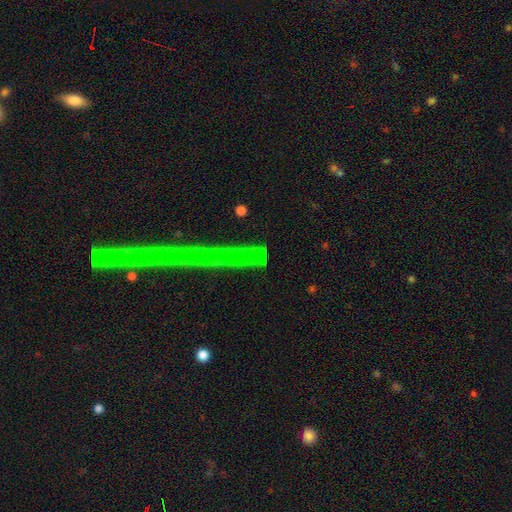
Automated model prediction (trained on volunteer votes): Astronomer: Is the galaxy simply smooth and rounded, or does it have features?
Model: star or artifact — 58%.